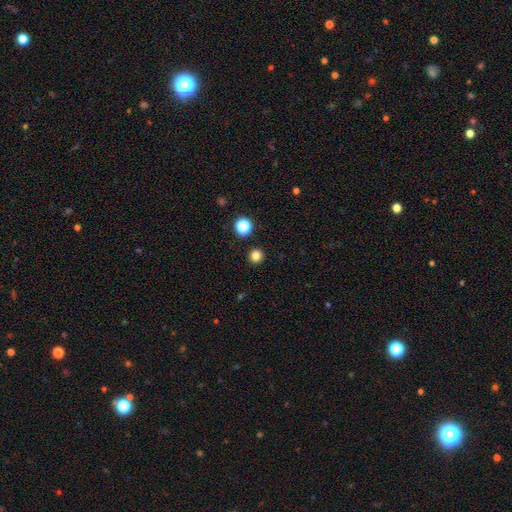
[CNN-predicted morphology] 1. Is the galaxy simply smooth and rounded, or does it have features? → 82% smooth, 14% star or artifact, 4% featured or disk.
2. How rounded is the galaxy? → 94% round, 5% in between, 1% cigar-shaped.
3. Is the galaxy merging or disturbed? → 92% none, 4% minor disturbance, 2% merger, 2% major disturbance.